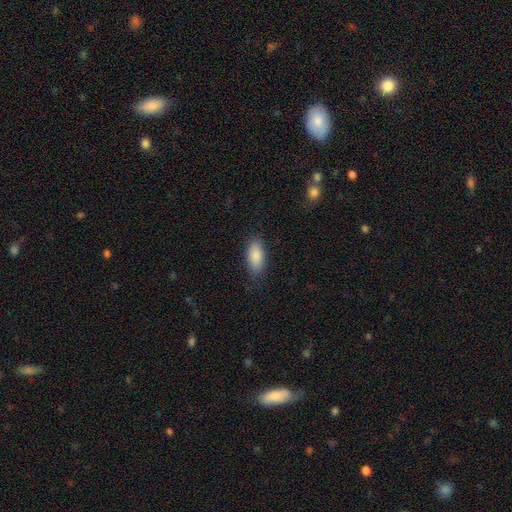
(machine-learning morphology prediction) smooth_or_featured: smooth (p=0.87) [alt: featured or disk p=0.07]
how_rounded: in between (p=0.88) [alt: cigar-shaped p=0.09]
merging: none (p=0.82) [alt: minor disturbance p=0.14]